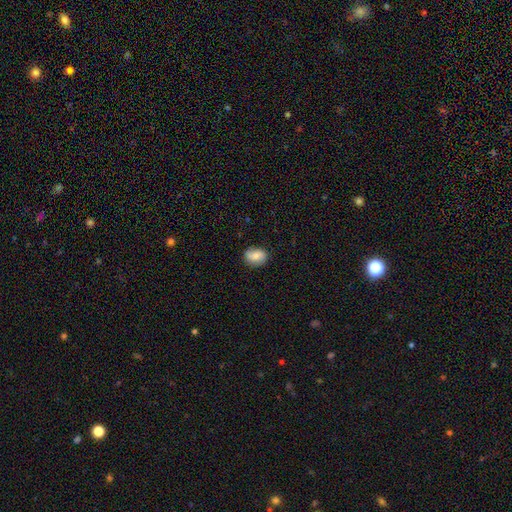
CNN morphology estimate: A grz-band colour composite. It shows a smooth galaxy with no disk features (71%) that is in between round and cigar-shaped (66%). Merging: none (78%).